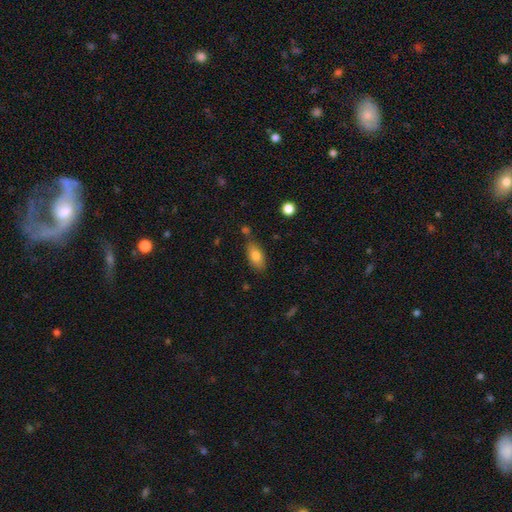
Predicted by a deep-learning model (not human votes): This is likely a smooth galaxy (79%). How rounded: clearly in between (88%). Merging: likely none (71%).